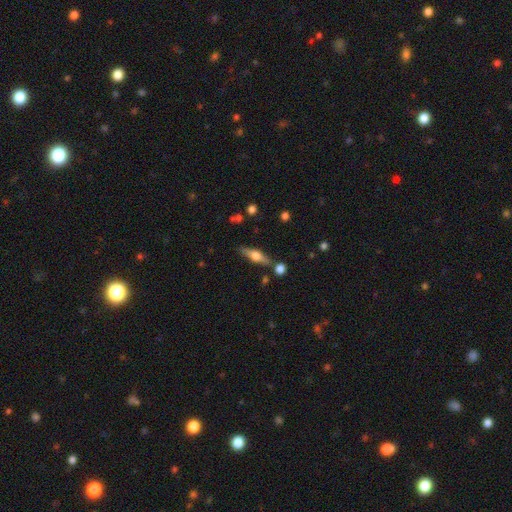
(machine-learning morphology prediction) Smooth or featured?
  - featured or disk: 60% *
  - smooth: 33%
  - star or artifact: 7%
Edge-on disk?
  - yes: 95% *
  - no: 5%
Edge-on bulge?
  - rounded: 92% *
  - boxy: 6%
  - none: 2%
Merging?
  - none: 79% *
  - minor disturbance: 10%
  - merger: 8%
  - major disturbance: 3%